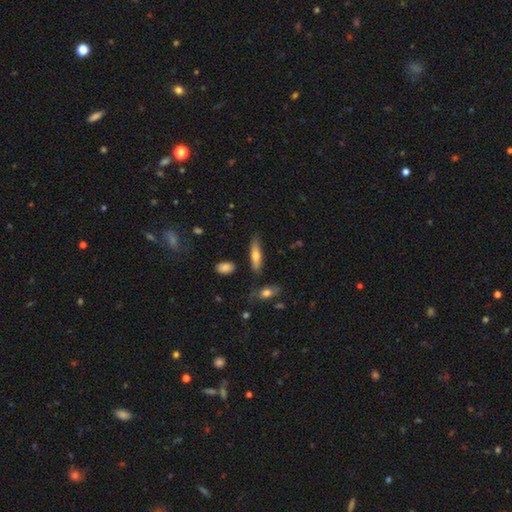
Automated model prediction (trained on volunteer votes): smooth_or_featured: smooth (p=0.65) [alt: featured or disk p=0.29]
how_rounded: cigar-shaped (p=0.63) [alt: in between p=0.35]
merging: none (p=0.77) [alt: minor disturbance p=0.15]